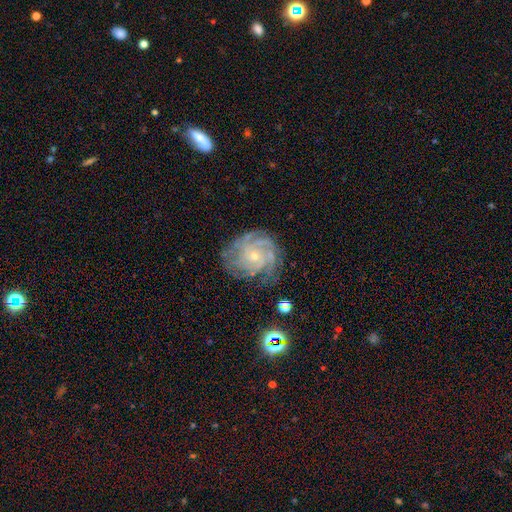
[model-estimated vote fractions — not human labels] Q: Smooth or featured?
A: featured or disk (87%); runner-up: star or artifact (7%)
Q: Edge-on disk?
A: no (98%); runner-up: yes (2%)
Q: Bar?
A: no (77%); runner-up: weak (19%)
Q: Spiral arms?
A: yes (98%); runner-up: no (2%)
Q: Spiral winding?
A: tight (72%); runner-up: medium (24%)
Q: Spiral arm count?
A: 4 (31%); runner-up: can't tell (20%)
Q: Bulge size?
A: small (75%); runner-up: moderate (21%)
Q: Merging?
A: none (74%); runner-up: minor disturbance (18%)